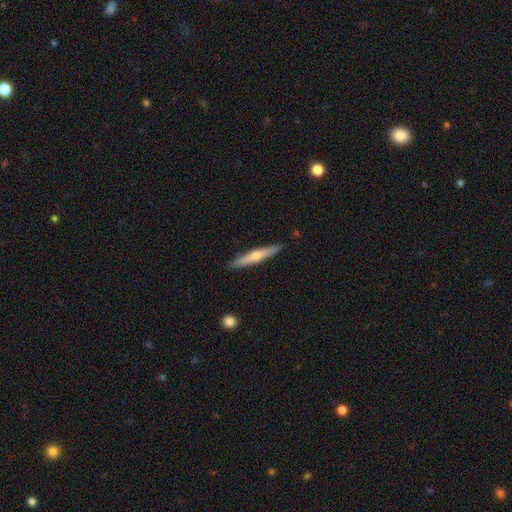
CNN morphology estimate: Overall: featured or disk (55%; smooth 39%). Edge-on disk: yes (95%). Edge-on bulge: rounded (79%). Merging: none (90%).